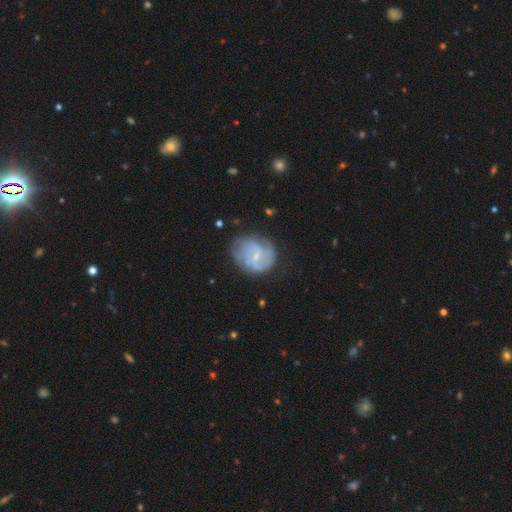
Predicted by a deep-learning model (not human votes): The model was most divided on "spiral winding" (2-way tie): medium: 40%, tight: 40%, loose: 20%. Remaining: edge-on disk — no (98%); spiral arms — yes (78%); smooth or featured — featured or disk (66%); bulge size — small (59%); merging — none (58%); bar — weak (50%); spiral arm count — can't tell (38%).